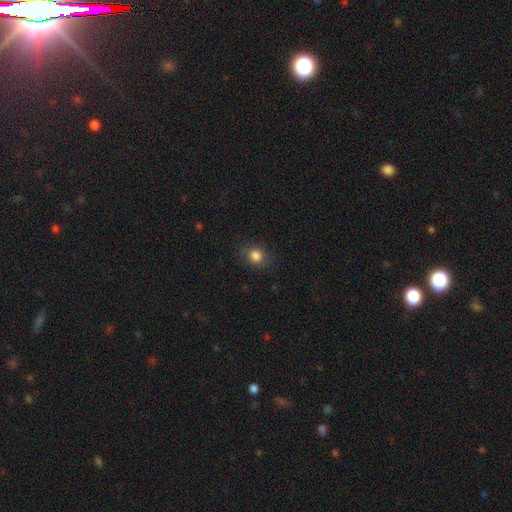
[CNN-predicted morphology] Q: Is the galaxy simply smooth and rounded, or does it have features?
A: smooth — 84%.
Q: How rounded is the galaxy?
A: round — 64%.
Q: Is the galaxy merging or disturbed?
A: none — 83%.